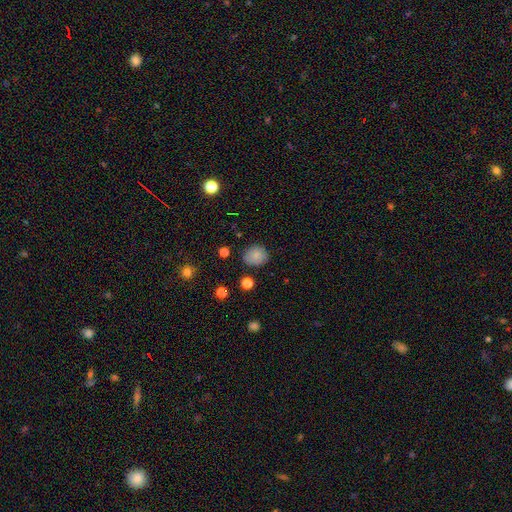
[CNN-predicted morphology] smooth-or-featured: smooth: 83% | star or artifact: 11% | featured or disk: 6%
  how-rounded: round: 71% | in between: 28% | cigar-shaped: 1%
  merging: none: 79% | minor disturbance: 15% | major disturbance: 3% | merger: 2%